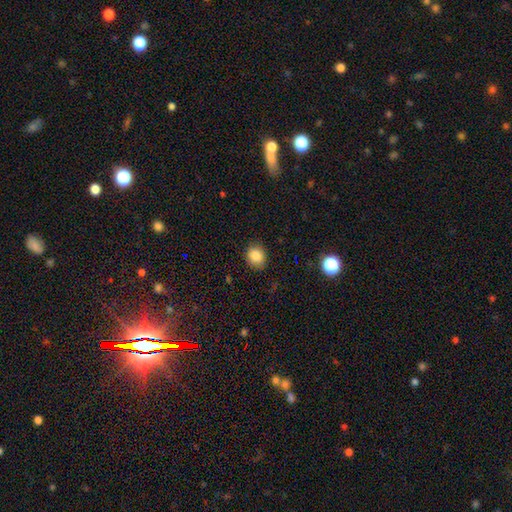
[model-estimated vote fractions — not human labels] Smooth or featured? Predicted: smooth (p=0.85). How rounded? Predicted: round (p=0.64). Merging? Predicted: none (p=0.87).